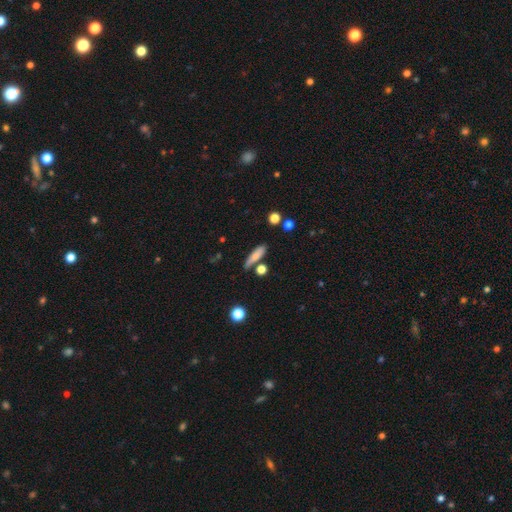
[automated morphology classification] type=smooth (75%); roundness=cigar-shaped (68%); merging=none (69%).